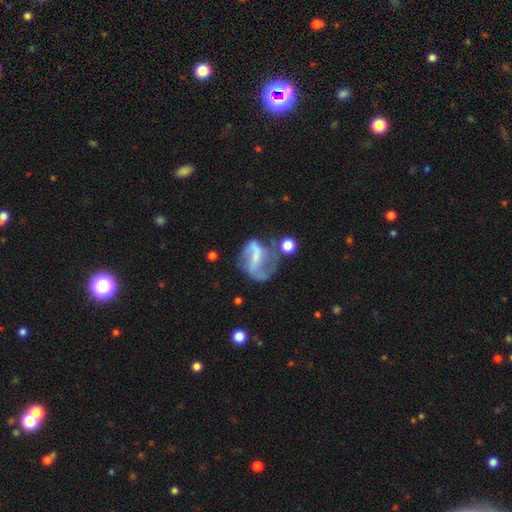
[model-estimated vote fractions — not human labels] smooth_or_featured: featured or disk (p=0.70) [alt: smooth p=0.20]
disk_edge_on: no (p=0.97) [alt: yes p=0.03]
bar: strong (p=0.42) [alt: weak p=0.35]
has_spiral_arms: yes (p=0.77) [alt: no p=0.23]
spiral_winding: loose (p=0.58) [alt: medium p=0.31]
spiral_arm_count: 2 (p=0.74) [alt: 1 p=0.11]
bulge_size: none (p=0.47) [alt: small p=0.33]
merging: none (p=0.40) [alt: major disturbance p=0.28]